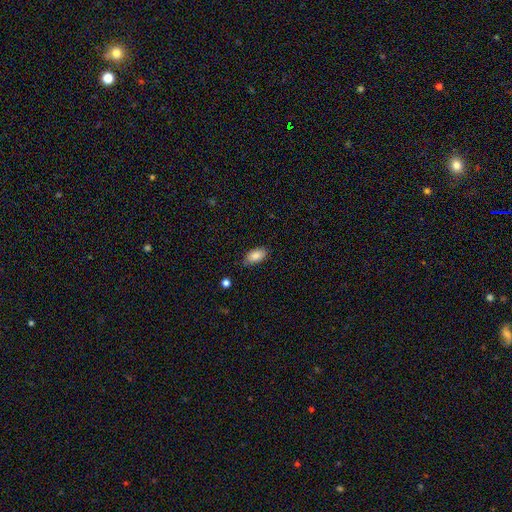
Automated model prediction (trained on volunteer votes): Smooth or featured: smooth — 84% (featured or disk — 8%)
How rounded: in between — 92% (cigar-shaped — 4%)
Merging: none — 81% (minor disturbance — 15%)